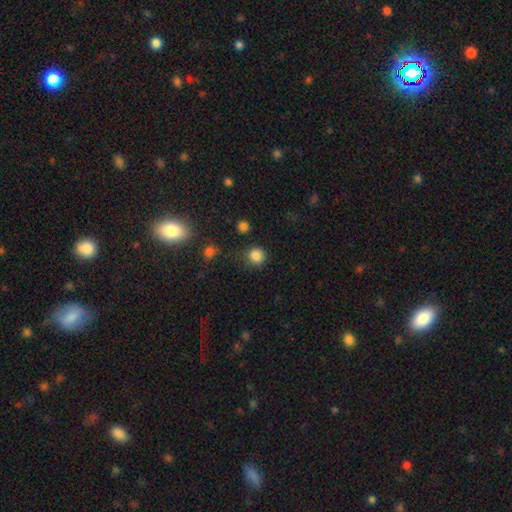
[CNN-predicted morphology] This appears to be a smooth galaxy with no disk features (84%) that is round (92%). Merging: none (82%).